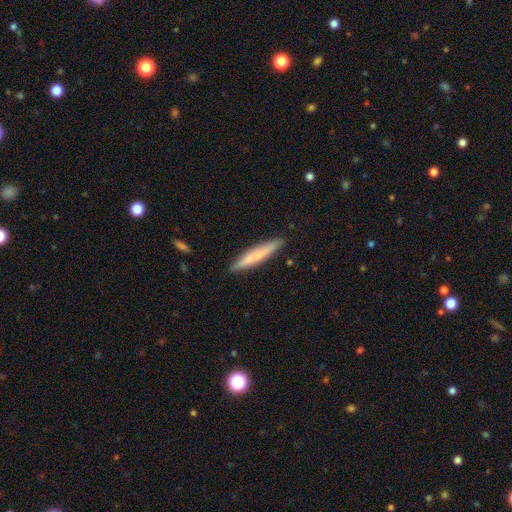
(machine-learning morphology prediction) Smooth or featured?
  - smooth: 65% *
  - featured or disk: 29%
  - star or artifact: 6%
How rounded?
  - cigar-shaped: 94% *
  - in between: 5%
  - round: 1%
Merging?
  - none: 89% *
  - minor disturbance: 8%
  - major disturbance: 2%
  - merger: 1%